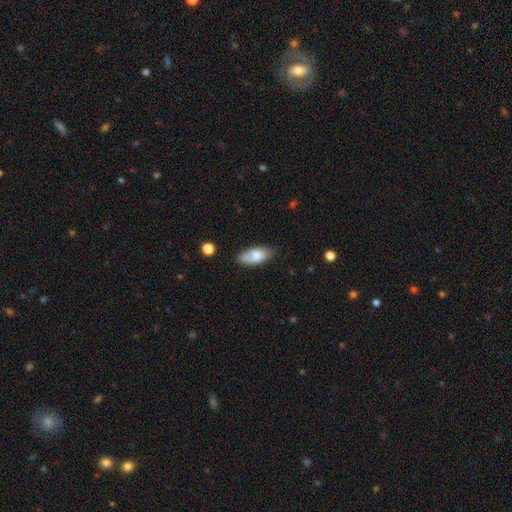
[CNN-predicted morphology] Smooth or featured? Predicted: smooth (p=0.73). How rounded? Predicted: in between (p=0.86). Merging? Predicted: none (p=0.66).